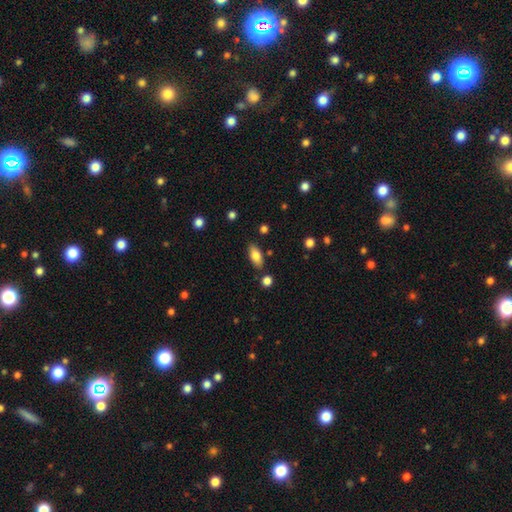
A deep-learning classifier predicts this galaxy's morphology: smooth-or-featured: smooth: 81% | featured or disk: 11% | star or artifact: 7%
  how-rounded: in between: 87% | cigar-shaped: 10% | round: 3%
  merging: none: 82% | minor disturbance: 12% | merger: 4% | major disturbance: 3%